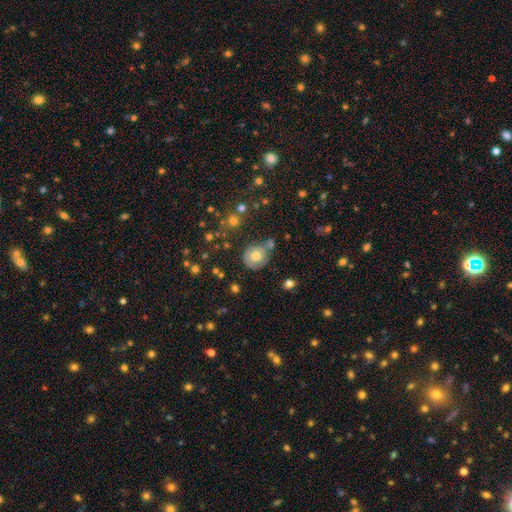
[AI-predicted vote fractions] This is likely a smooth galaxy (68%). How rounded: clearly round (83%). Merging: likely none (63%).